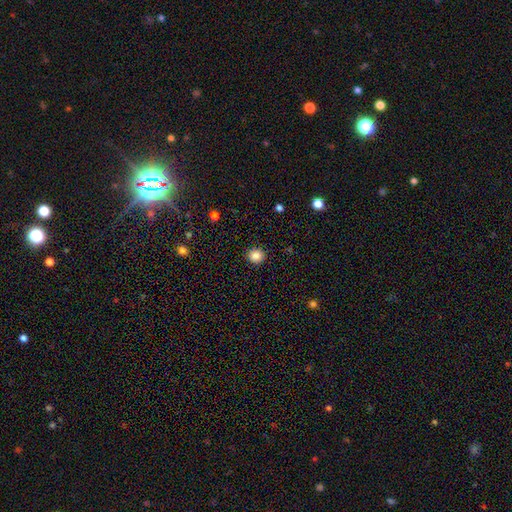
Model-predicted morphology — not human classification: Smooth or featured?
  - smooth: 86% *
  - star or artifact: 11%
  - featured or disk: 4%
How rounded?
  - round: 90% *
  - in between: 9%
  - cigar-shaped: 1%
Merging?
  - none: 91% *
  - minor disturbance: 6%
  - major disturbance: 2%
  - merger: 1%